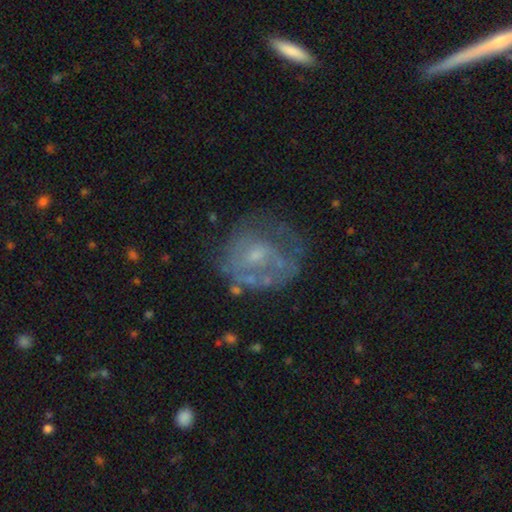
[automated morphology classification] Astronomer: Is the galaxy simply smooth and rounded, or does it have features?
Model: featured or disk — 62%.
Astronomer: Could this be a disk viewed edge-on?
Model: no — 98%.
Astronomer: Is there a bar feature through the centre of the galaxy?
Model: no — 73%.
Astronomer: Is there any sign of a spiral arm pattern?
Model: no — 58% (runner-up: yes, 42%).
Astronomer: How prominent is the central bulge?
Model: small — 55%.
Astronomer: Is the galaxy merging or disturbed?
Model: none — 50%.